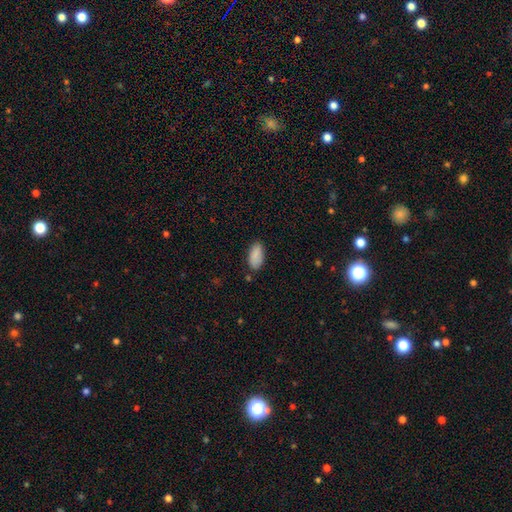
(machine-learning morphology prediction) smooth_or_featured: smooth (p=0.89) [alt: star or artifact p=0.07]
how_rounded: in between (p=0.92) [alt: cigar-shaped p=0.06]
merging: none (p=0.81) [alt: minor disturbance p=0.14]